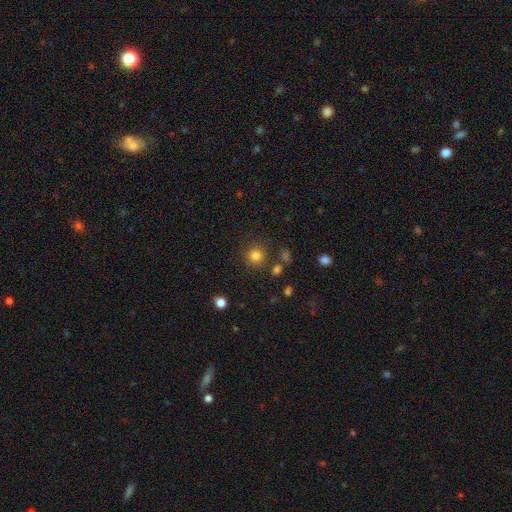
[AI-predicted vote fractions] Smooth or featured?
  - smooth: 81% *
  - star or artifact: 14%
  - featured or disk: 6%
How rounded?
  - round: 93% *
  - in between: 6%
  - cigar-shaped: 1%
Merging?
  - none: 84% *
  - minor disturbance: 8%
  - merger: 4%
  - major disturbance: 3%